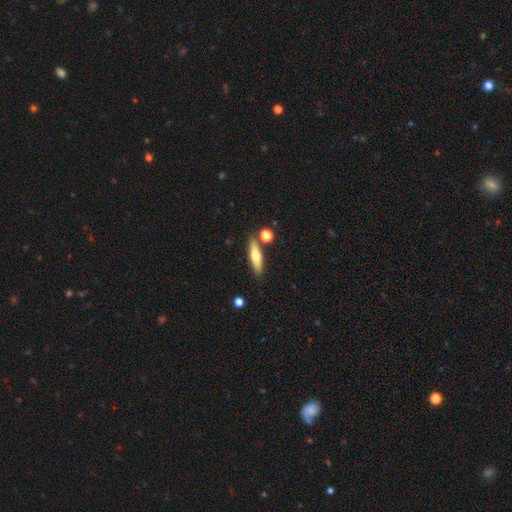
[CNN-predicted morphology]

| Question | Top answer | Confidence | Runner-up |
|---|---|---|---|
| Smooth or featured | smooth | 58% | featured or disk (35%) |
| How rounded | cigar-shaped | 65% | in between (32%) |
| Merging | none | 80% | minor disturbance (11%) |